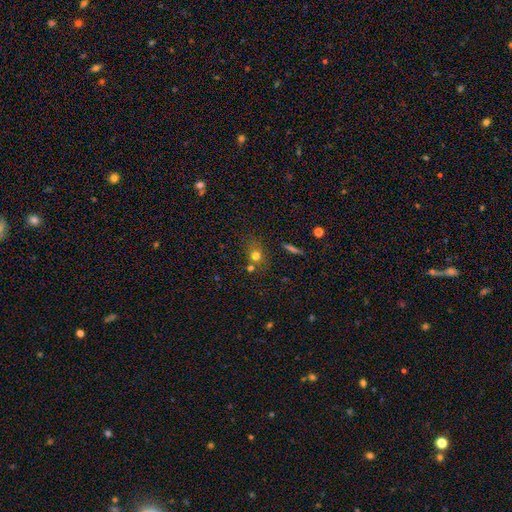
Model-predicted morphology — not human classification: Smooth or featured: smooth — 70% (star or artifact — 17%)
How rounded: round — 64% (in between — 33%)
Merging: none — 61% (merger — 18%)